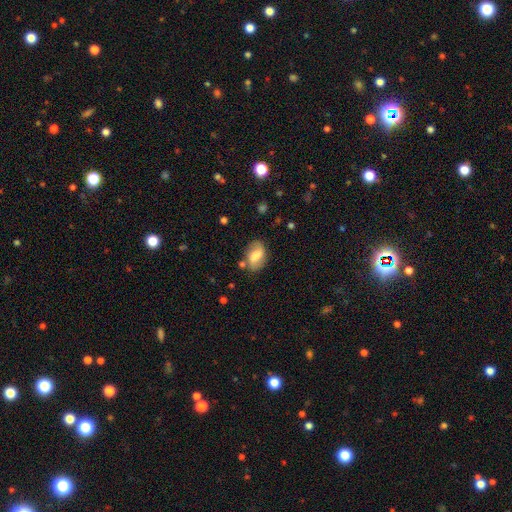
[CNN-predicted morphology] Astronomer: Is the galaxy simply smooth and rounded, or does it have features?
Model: smooth — 48% (runner-up: featured or disk, 44%).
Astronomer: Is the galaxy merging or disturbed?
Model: none — 69%.